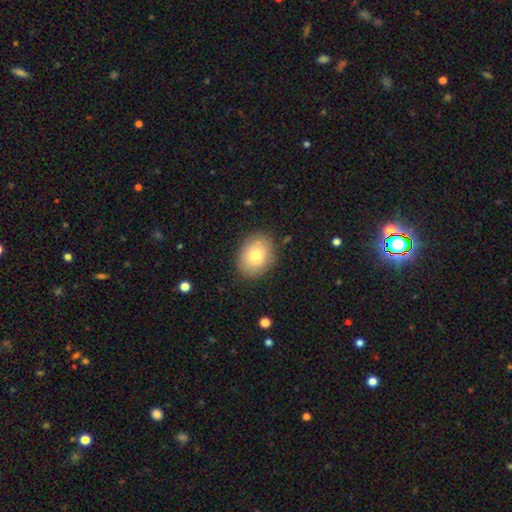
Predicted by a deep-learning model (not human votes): The model was most divided on "how rounded": in between: 64%, round: 36%, cigar-shaped: 1%. More confident: merging — none (84%); smooth or featured — smooth (76%).